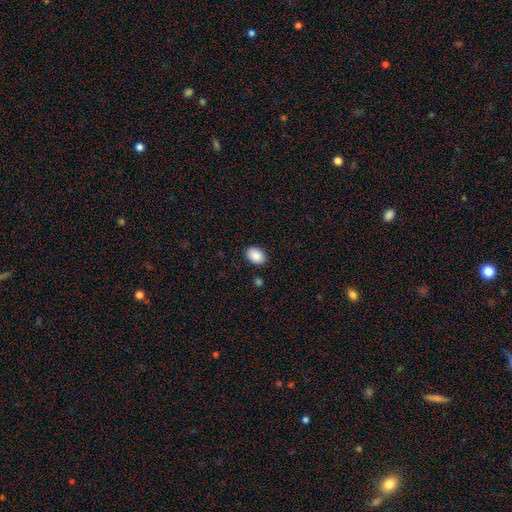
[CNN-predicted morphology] Smooth or featured?
  - smooth: 89% *
  - star or artifact: 7%
  - featured or disk: 4%
How rounded?
  - in between: 80% *
  - round: 19%
  - cigar-shaped: 1%
Merging?
  - none: 88% *
  - minor disturbance: 8%
  - major disturbance: 2%
  - merger: 2%